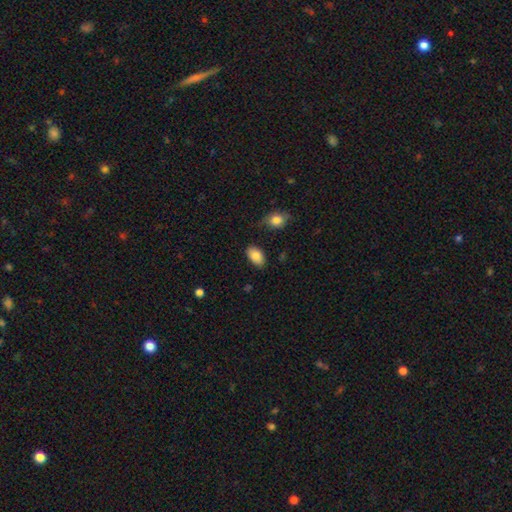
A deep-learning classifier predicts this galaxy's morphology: smooth_or_featured: smooth (p=0.84) [alt: featured or disk p=0.08]
how_rounded: in between (p=0.93) [alt: round p=0.06]
merging: none (p=0.83) [alt: minor disturbance p=0.12]